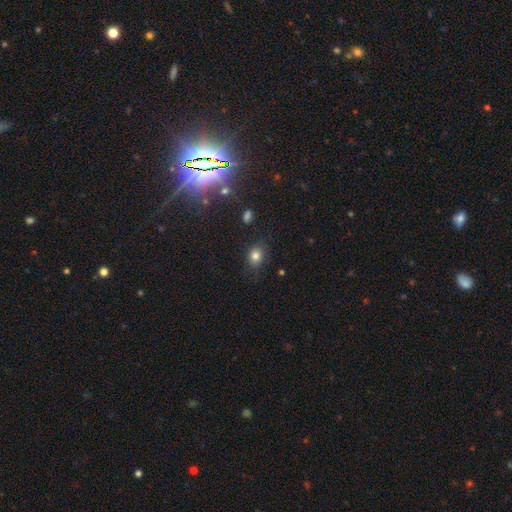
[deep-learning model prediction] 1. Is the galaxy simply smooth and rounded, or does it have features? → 80% smooth, 13% star or artifact, 7% featured or disk.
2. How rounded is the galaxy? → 53% in between, 46% round, 1% cigar-shaped.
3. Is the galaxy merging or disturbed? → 81% none, 13% minor disturbance, 4% major disturbance, 2% merger.